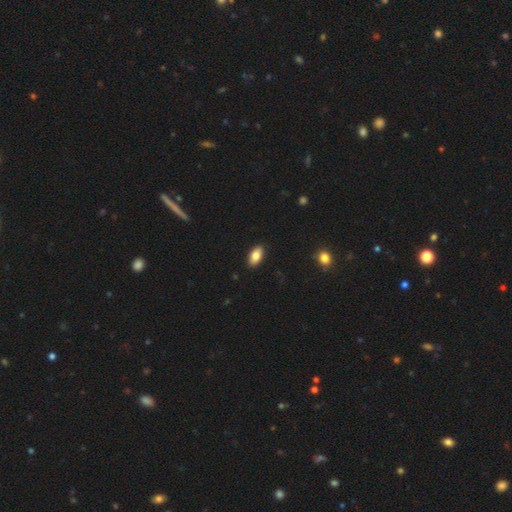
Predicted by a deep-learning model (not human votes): smooth 83%, featured or disk 10%, star or artifact 7%. Down the decision tree: how rounded — in between (92%); merging — none (90%).